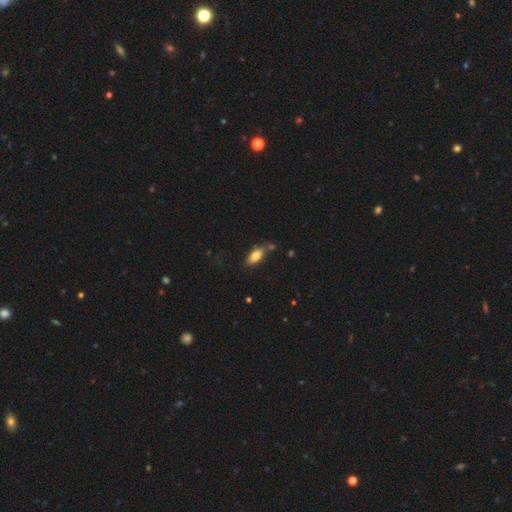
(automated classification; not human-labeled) smooth_or_featured: smooth (p=0.79) [alt: featured or disk p=0.14]
how_rounded: in between (p=0.84) [alt: cigar-shaped p=0.14]
merging: none (p=0.69) [alt: minor disturbance p=0.18]